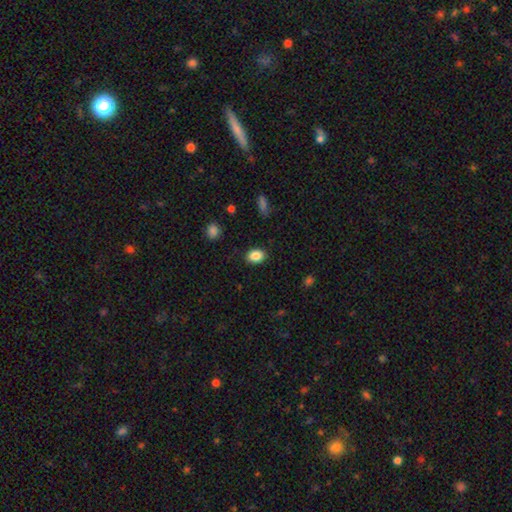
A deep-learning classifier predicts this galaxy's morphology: Smooth or featured: smooth — 87% (star or artifact — 9%)
How rounded: in between — 77% (round — 22%)
Merging: none — 87% (minor disturbance — 9%)